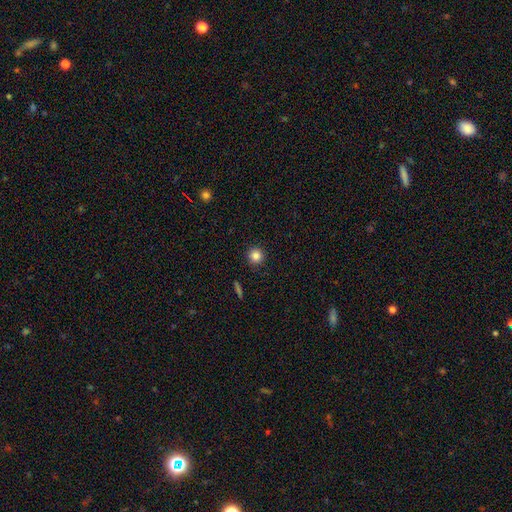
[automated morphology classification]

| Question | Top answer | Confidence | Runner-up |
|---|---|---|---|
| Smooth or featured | smooth | 83% | star or artifact (11%) |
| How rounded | round | 95% | in between (4%) |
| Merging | none | 92% | minor disturbance (5%) |